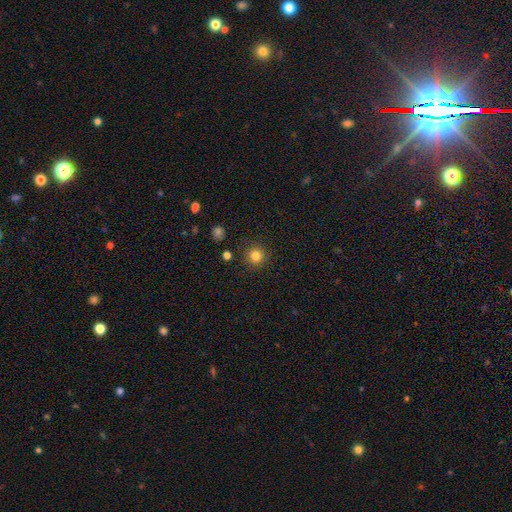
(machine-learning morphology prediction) This is clearly a smooth galaxy (82%). How rounded: clearly round (94%). Merging: clearly none (88%).